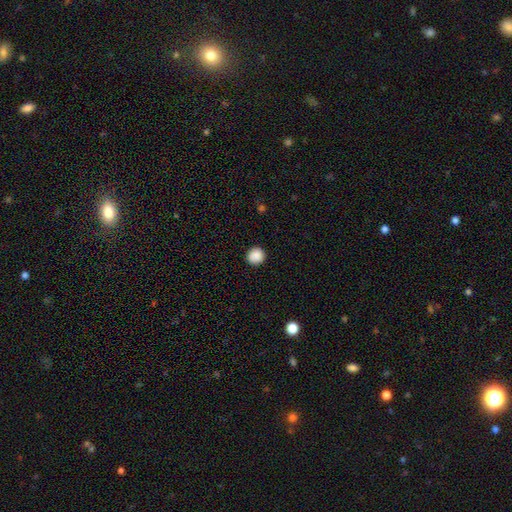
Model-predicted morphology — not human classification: type=smooth (89%); roundness=round (94%); merging=none (92%).